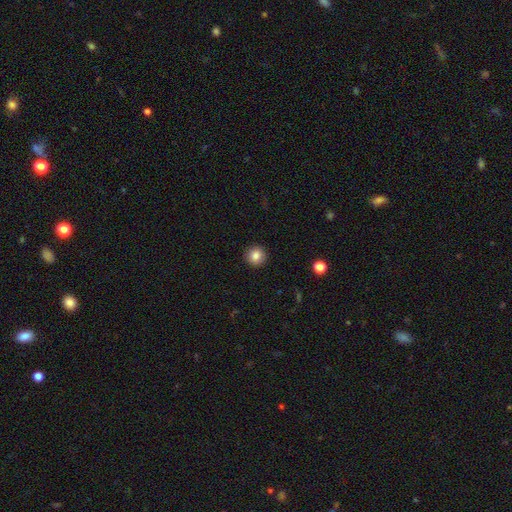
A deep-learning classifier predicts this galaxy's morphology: A smooth galaxy with no disk features (85%) that is round (94%).

Vote fractions:
- Smooth or featured? smooth: 85% / star or artifact: 10% / featured or disk: 6%
- How rounded? round: 94% / in between: 5% / cigar-shaped: 1%
- Merging? none: 93% / minor disturbance: 4% / major disturbance: 2% / merger: 1%